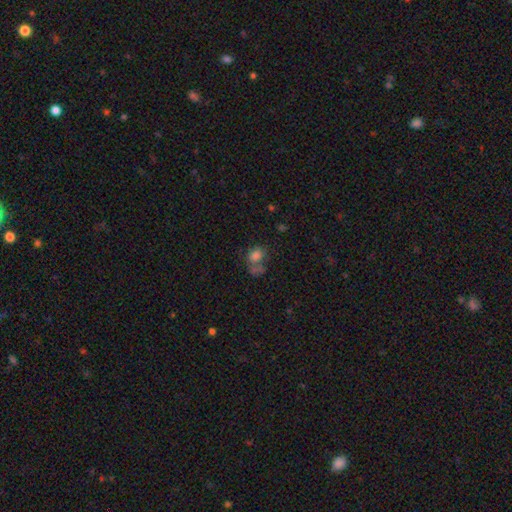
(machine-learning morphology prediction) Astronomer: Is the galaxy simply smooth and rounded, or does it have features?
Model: smooth — 73%.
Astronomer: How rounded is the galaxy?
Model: in between — 58% (runner-up: round, 40%).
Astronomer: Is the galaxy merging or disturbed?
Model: merger — 39% (runner-up: none, 32%).